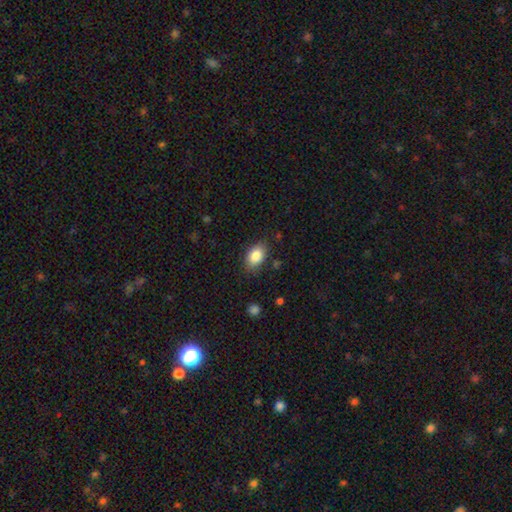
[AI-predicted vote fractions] Morphology: type=smooth (85%); roundness=in between (86%); merging=none (81%).